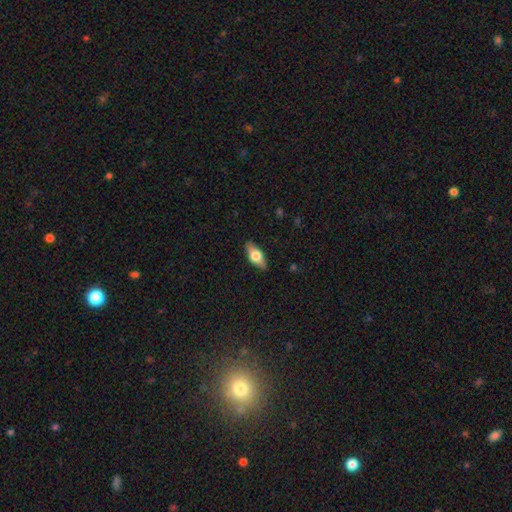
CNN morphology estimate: smooth 64%, featured or disk 30%, star or artifact 6%. Down the decision tree: how rounded — in between (82%); merging — none (85%).